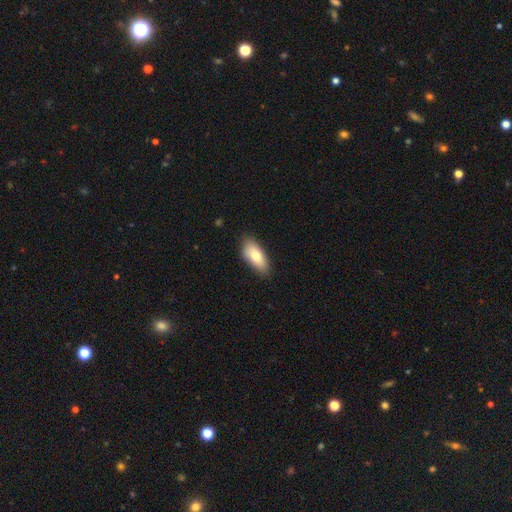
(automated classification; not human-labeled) Smooth or featured: smooth — 75% (featured or disk — 19%)
How rounded: in between — 87% (cigar-shaped — 10%)
Merging: none — 83% (minor disturbance — 14%)